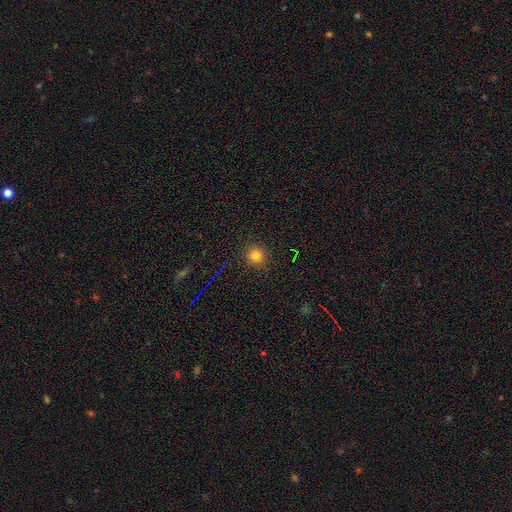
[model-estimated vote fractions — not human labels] A smooth galaxy with no disk features (78%) that is round (92%). Merging: none (89%).